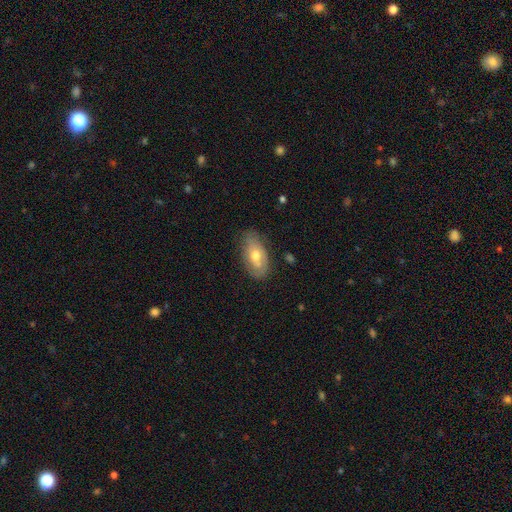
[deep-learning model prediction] A smooth galaxy with no disk features (50%) that is in between round and cigar-shaped (90%). Merging: none (71%).